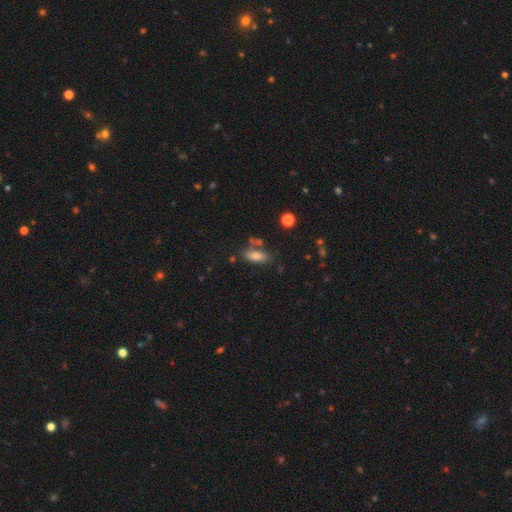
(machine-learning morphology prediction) Smooth or featured?
  - smooth: 76% *
  - featured or disk: 14%
  - star or artifact: 10%
How rounded?
  - in between: 77% *
  - cigar-shaped: 20%
  - round: 3%
Merging?
  - none: 64% *
  - minor disturbance: 16%
  - merger: 14%
  - major disturbance: 6%